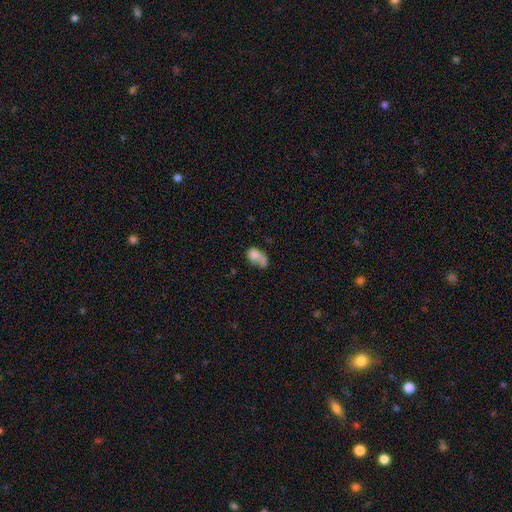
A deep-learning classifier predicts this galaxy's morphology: type=smooth (68%); roundness=in between (74%); merging=major disturbance (30%).